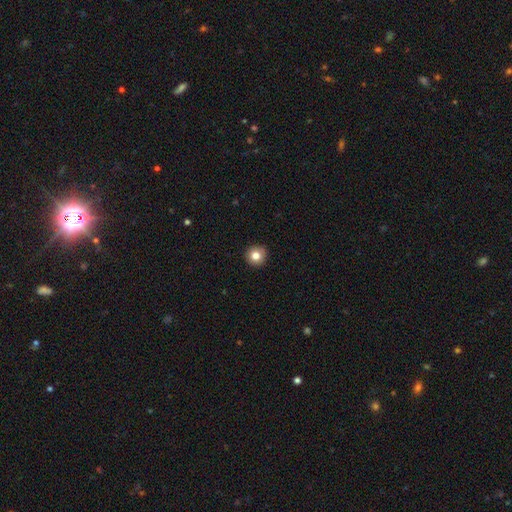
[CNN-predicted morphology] Smooth or featured? smooth (81%)
How rounded? round (95%)
Merging? none (91%)